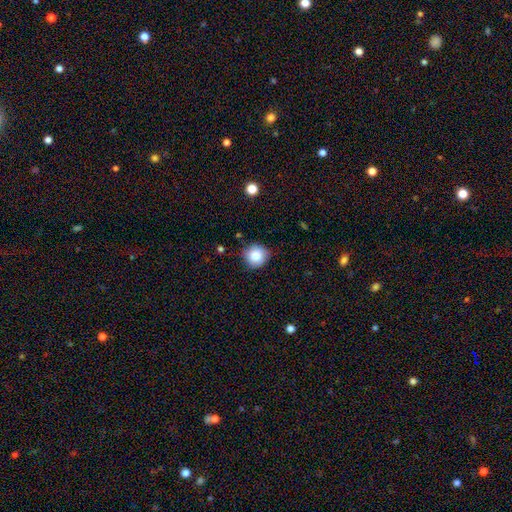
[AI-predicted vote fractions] This appears to be a smooth galaxy with no disk features (84%) that is round (90%). Merging: none (78%).